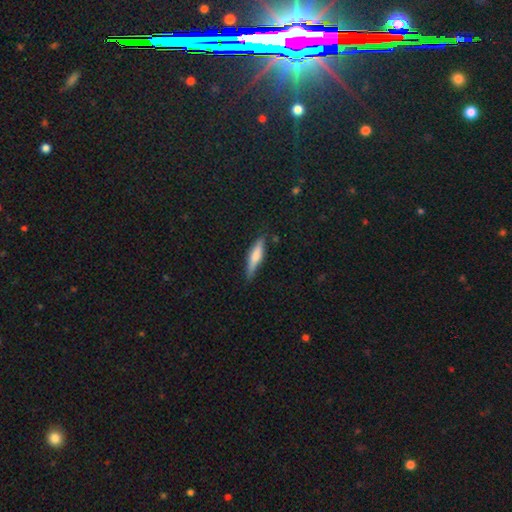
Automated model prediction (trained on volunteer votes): Smooth or featured? Predicted: smooth (p=0.61). How rounded? Predicted: cigar-shaped (p=0.79). Merging? Predicted: none (p=0.77).